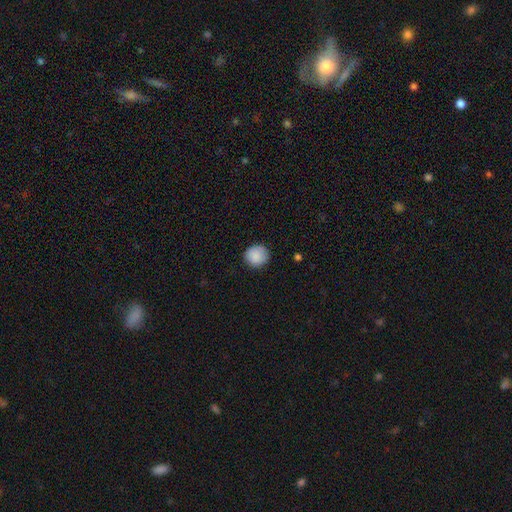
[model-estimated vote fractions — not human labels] Overall: smooth (89%). How rounded: round (88%). Merging: none (86%).